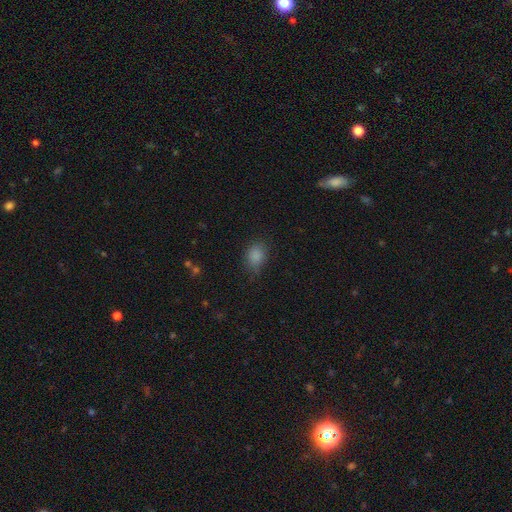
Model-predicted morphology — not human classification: This appears to be a smooth galaxy with no disk features (85%) that is in between round and cigar-shaped (66%). Merging: none (73%).